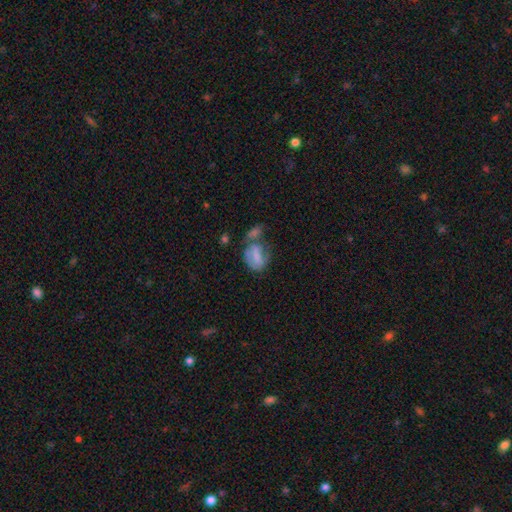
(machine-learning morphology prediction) Overall: smooth (60%; featured or disk 30%). How rounded: in between (73%). Merging: merger (35%; none 25%).